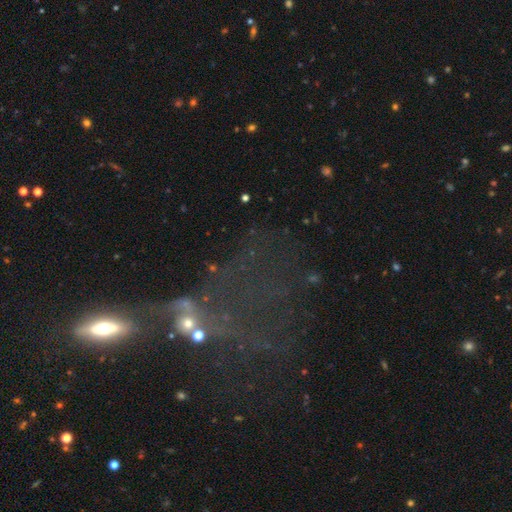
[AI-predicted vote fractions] This appears to be a featured or disk galaxy (38%). Merging: major disturbance (34%, tied with none).